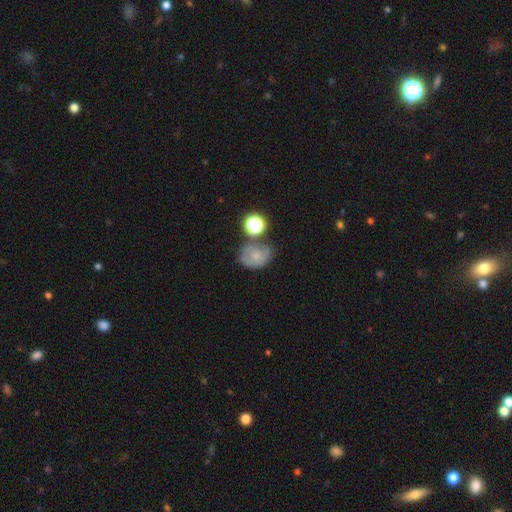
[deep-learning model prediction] Morphology: type=smooth (54%); roundness=round (56%); merging=none (49%).